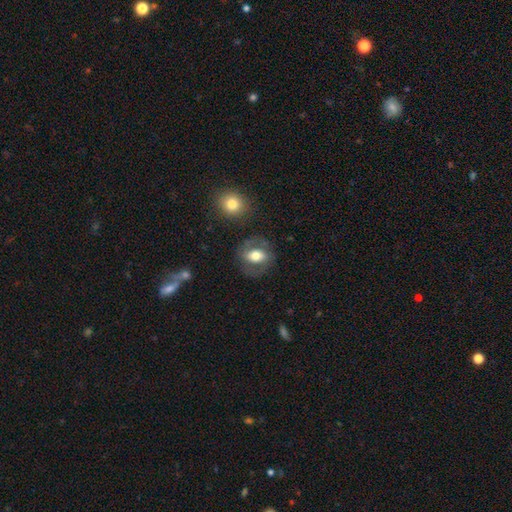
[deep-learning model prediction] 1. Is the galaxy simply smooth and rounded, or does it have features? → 52% smooth, 40% featured or disk, 8% star or artifact.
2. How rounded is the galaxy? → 60% in between, 38% round, 2% cigar-shaped.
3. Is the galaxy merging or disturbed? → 74% none, 15% minor disturbance, 9% major disturbance, 3% merger.